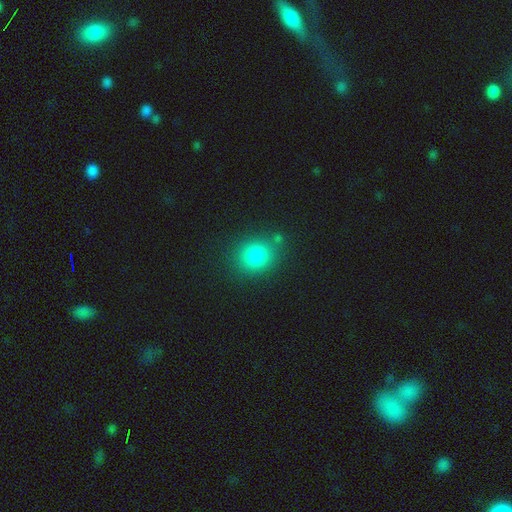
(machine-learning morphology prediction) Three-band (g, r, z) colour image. It shows a smooth galaxy with no disk features (82%) that is round (76%). Merging: none (79%).